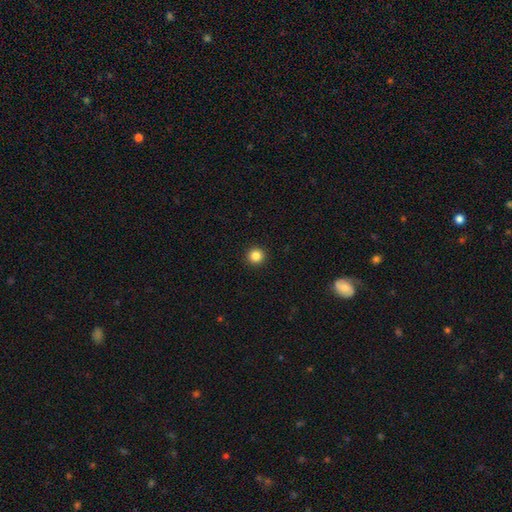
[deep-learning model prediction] This appears to be a smooth galaxy with no disk features (85%) that is round (96%). Merging: none (94%).